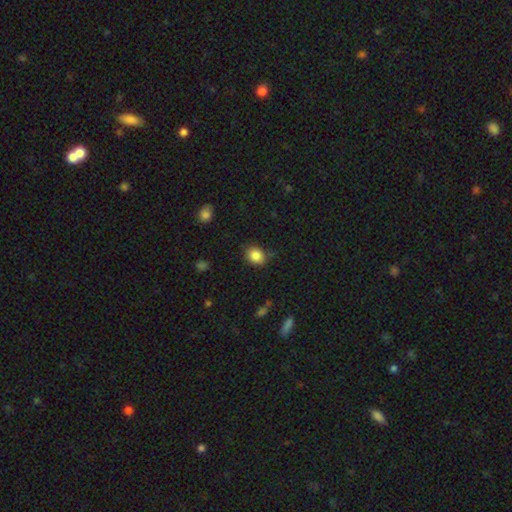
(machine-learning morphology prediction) Smooth or featured?
  - smooth: 86% *
  - star or artifact: 10%
  - featured or disk: 5%
How rounded?
  - round: 57% *
  - in between: 42%
  - cigar-shaped: 1%
Merging?
  - none: 78% *
  - minor disturbance: 17%
  - major disturbance: 4%
  - merger: 2%